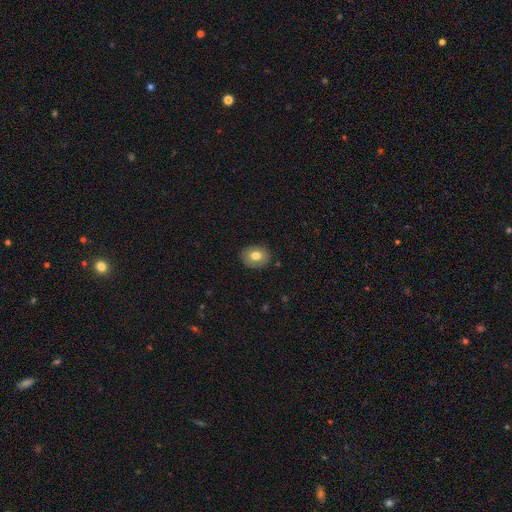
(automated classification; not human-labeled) Overall: smooth (75%). How rounded: round (58%; in between 41%). Merging: none (87%).